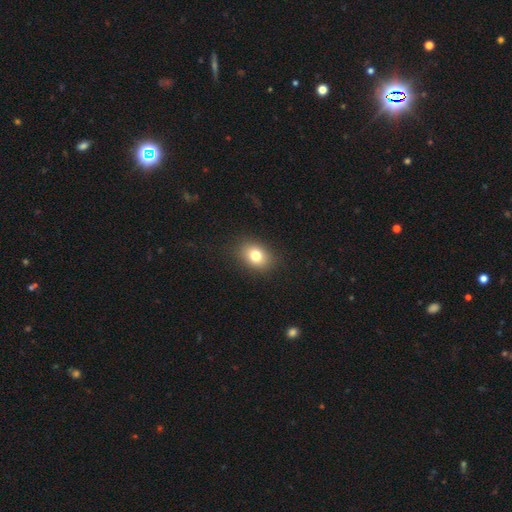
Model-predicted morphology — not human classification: This appears to be a smooth galaxy with no disk features (78%) that is in between round and cigar-shaped (66%). Merging: none (87%).